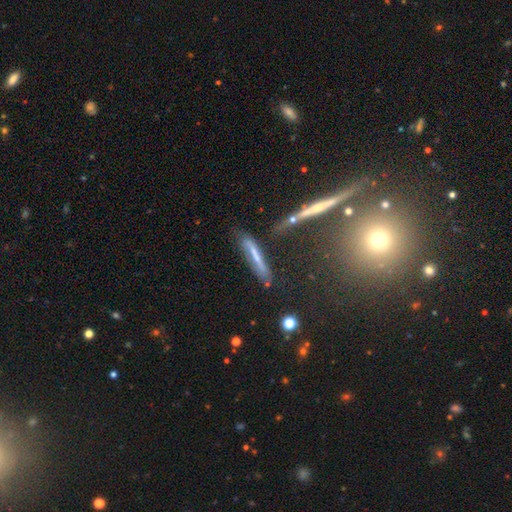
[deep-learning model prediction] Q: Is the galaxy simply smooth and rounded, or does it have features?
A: smooth — 47%.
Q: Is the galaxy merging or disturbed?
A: none — 60%.